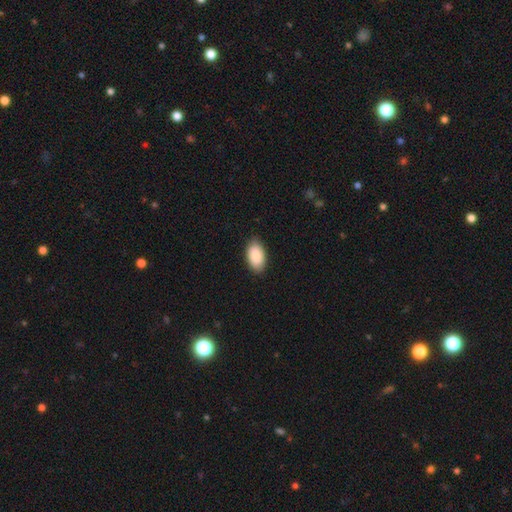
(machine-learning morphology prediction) This is clearly a smooth galaxy (89%). How rounded: clearly in between (95%). Merging: clearly none (85%).